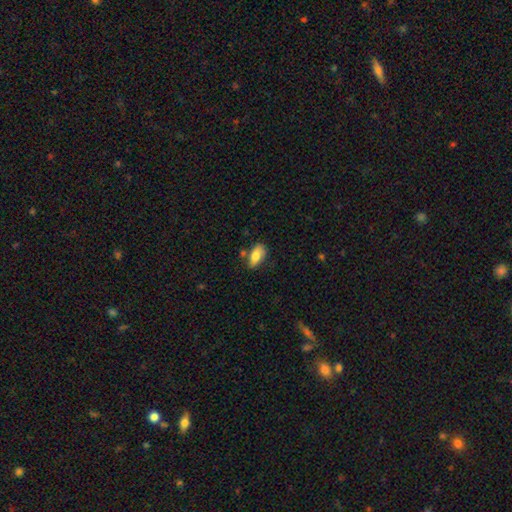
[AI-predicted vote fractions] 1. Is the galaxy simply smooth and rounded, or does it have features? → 78% smooth, 16% featured or disk, 7% star or artifact.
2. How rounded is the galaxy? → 87% in between, 9% cigar-shaped, 4% round.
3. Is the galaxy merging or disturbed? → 62% none, 24% minor disturbance, 9% merger, 5% major disturbance.